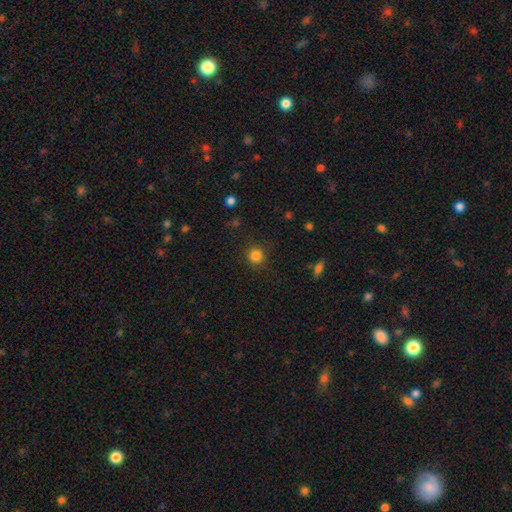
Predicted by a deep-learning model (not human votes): Smooth or featured? Predicted: smooth (p=0.83). How rounded? Predicted: round (p=0.92). Merging? Predicted: none (p=0.88).